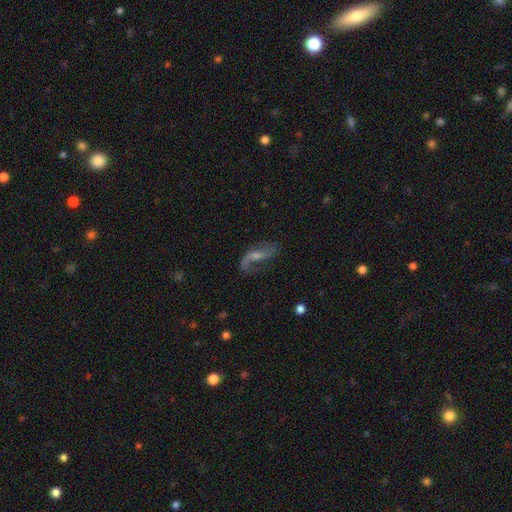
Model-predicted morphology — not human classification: smooth-or-featured: featured or disk: 81% | smooth: 11% | star or artifact: 8%
  disk-edge-on: no: 93% | yes: 7%
    bar: no: 42% (tied) | weak: 42% (tied) | strong: 16%
    has-spiral-arms: yes: 93% | no: 7%
      spiral-winding: loose: 77% | medium: 18% | tight: 5%
      spiral-arm-count: 2: 81% | 1: 13% | can't tell: 3% | 3: 1% | 4: 1% | more than 4: 1%
    bulge-size: small: 48% | moderate: 38% | none: 10% | large: 3% | dominant: 1%
  merging: none: 62% | minor disturbance: 19% | major disturbance: 17% | merger: 3%